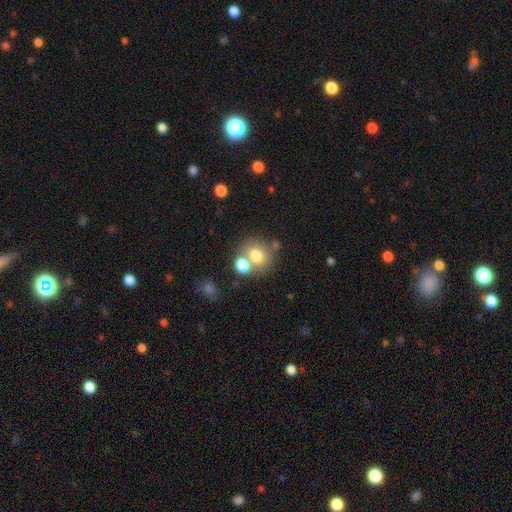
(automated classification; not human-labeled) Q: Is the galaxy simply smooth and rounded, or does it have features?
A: smooth — 73%.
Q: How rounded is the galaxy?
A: round — 77%.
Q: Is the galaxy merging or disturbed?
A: none — 53%.